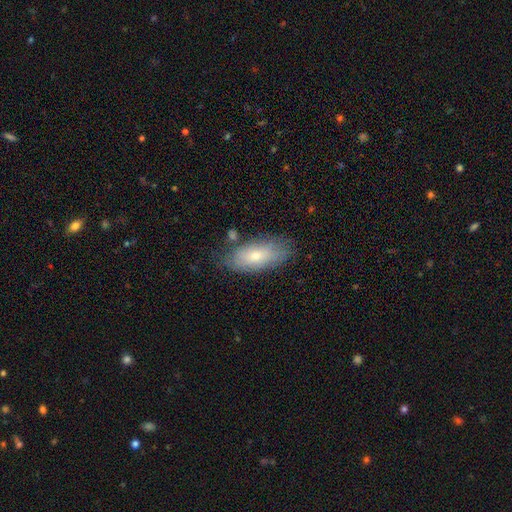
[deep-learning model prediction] Smooth or featured: smooth — 60% (featured or disk — 32%)
How rounded: in between — 87% (cigar-shaped — 10%)
Merging: none — 72% (minor disturbance — 19%)